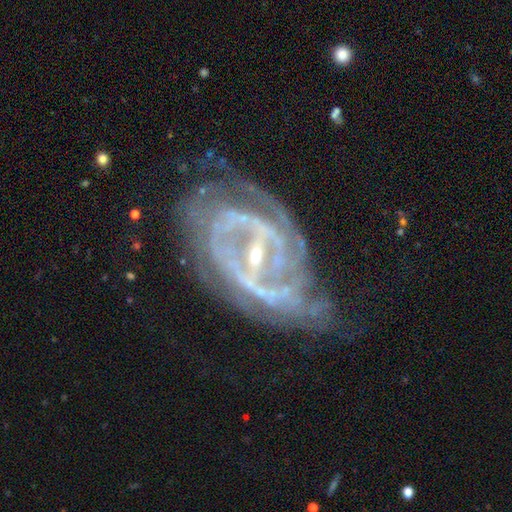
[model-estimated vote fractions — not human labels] smooth-or-featured: featured or disk: 89% | star or artifact: 6% | smooth: 5%
  disk-edge-on: no: 95% | yes: 5%
    bar: strong: 67% | weak: 23% | no: 10%
    has-spiral-arms: yes: 89% | no: 11%
      spiral-winding: tight: 53% | medium: 36% | loose: 11%
      spiral-arm-count: 2: 41% | can't tell: 26% | 3: 14% | 4: 8% | more than 4: 6% | 1: 5%
    bulge-size: small: 75% | moderate: 20% | none: 2% | large: 2% | dominant: 1%
  merging: none: 57% | minor disturbance: 23% | major disturbance: 17% | merger: 3%